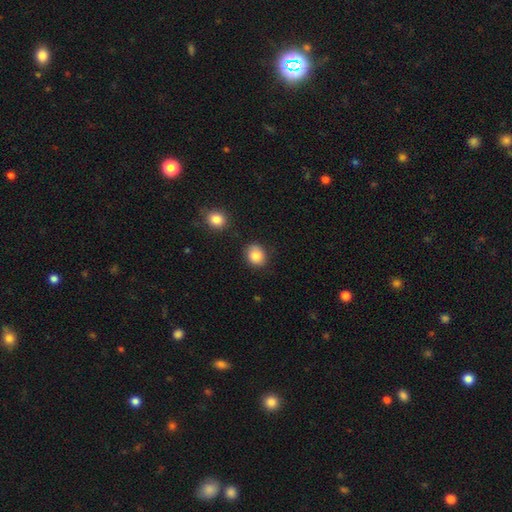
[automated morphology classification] A smooth galaxy with no disk features (86%) that is round (60%). Merging: none (80%).